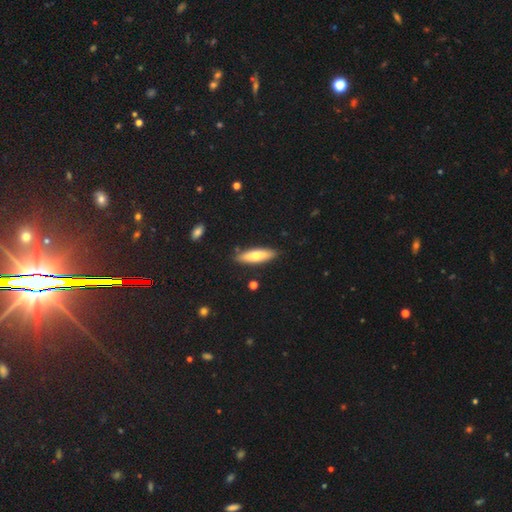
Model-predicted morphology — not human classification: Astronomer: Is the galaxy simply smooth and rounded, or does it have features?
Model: smooth — 65%.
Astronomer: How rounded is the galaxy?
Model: cigar-shaped — 61% (runner-up: in between, 37%).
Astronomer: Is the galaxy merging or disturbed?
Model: none — 86%.